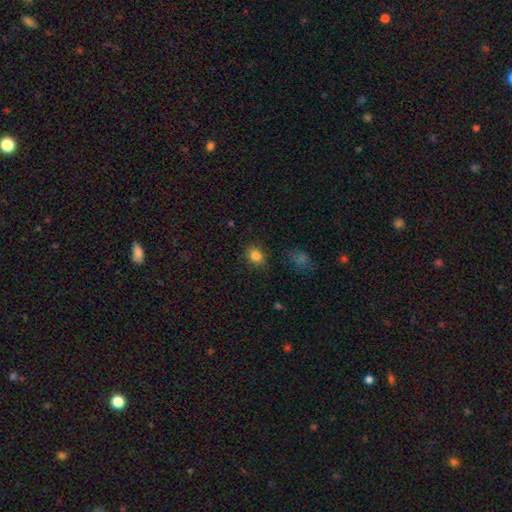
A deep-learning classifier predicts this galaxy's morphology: type=smooth (84%); roundness=round (54%); merging=none (82%).